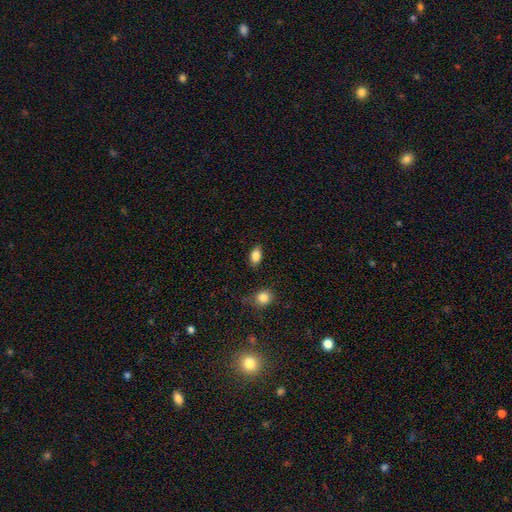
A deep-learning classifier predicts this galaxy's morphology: A smooth galaxy with no disk features (84%) that is in between round and cigar-shaped (86%). Merging: none (85%).